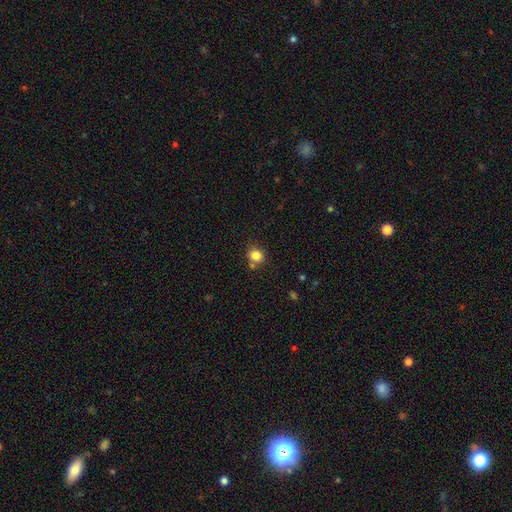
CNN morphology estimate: This is clearly a smooth galaxy (83%). How rounded: likely round (77%). Merging: likely none (73%).